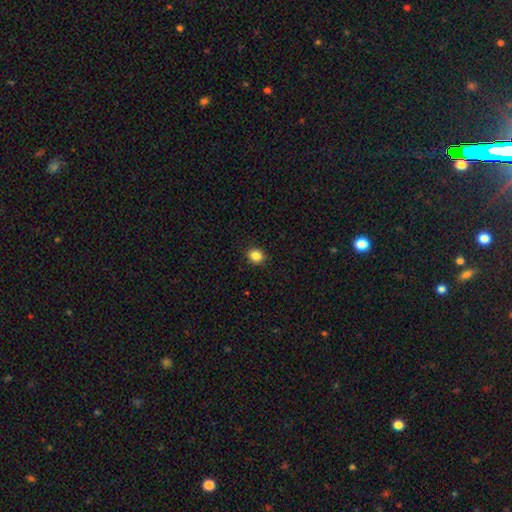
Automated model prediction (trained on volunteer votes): Smooth or featured? Predicted: smooth (p=0.86). How rounded? Predicted: round (p=0.76). Merging? Predicted: none (p=0.91).